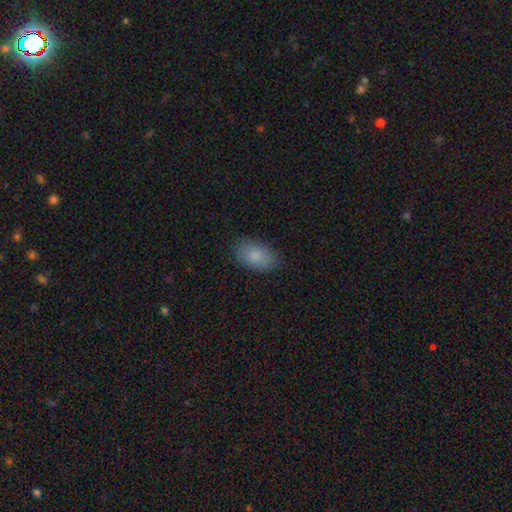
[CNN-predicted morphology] A smooth galaxy with no disk features (85%) that is in between round and cigar-shaped (92%). Merging: none (82%).